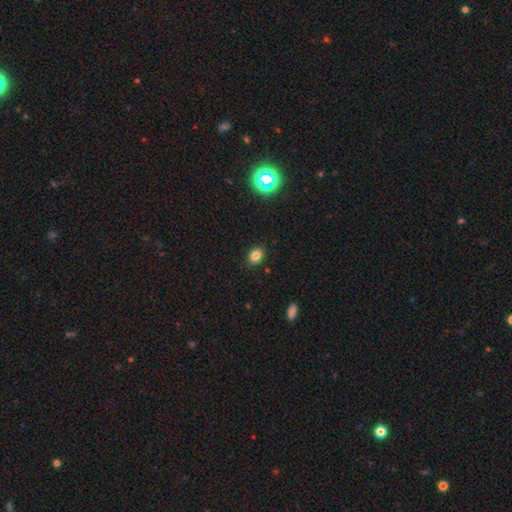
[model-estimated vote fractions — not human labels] Smooth or featured? smooth (81%)
How rounded? in between (63%)
Merging? none (87%)